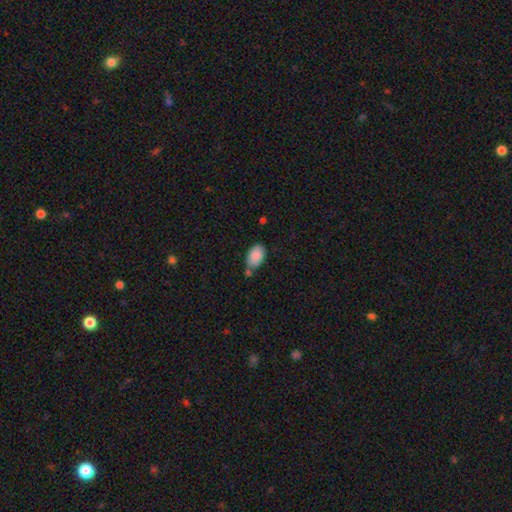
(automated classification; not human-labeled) This is clearly a smooth galaxy (87%). How rounded: clearly in between (91%). Merging: possibly none (53%).